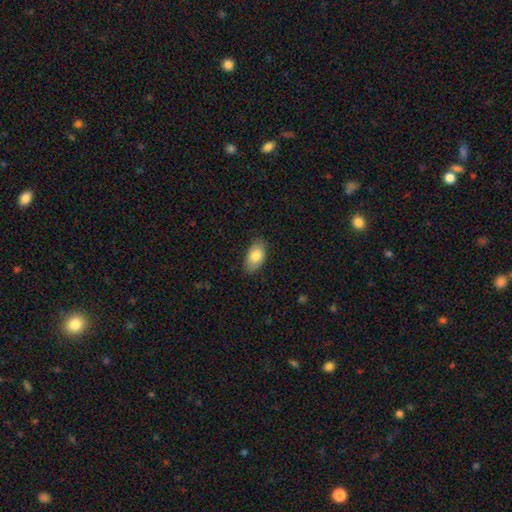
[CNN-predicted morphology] This appears to be a smooth galaxy with no disk features (80%) that is in between round and cigar-shaped (94%). Merging: none (83%).